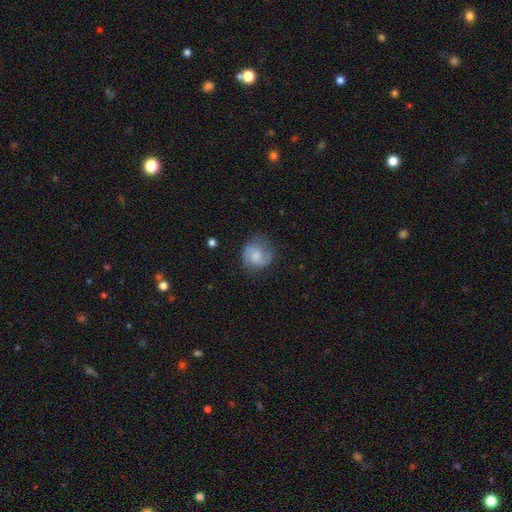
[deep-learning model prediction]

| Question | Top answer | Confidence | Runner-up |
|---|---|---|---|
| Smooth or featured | featured or disk | 55% | smooth (37%) |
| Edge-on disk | no | 98% | yes (2%) |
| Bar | no | 56% | weak (38%) |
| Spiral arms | yes | 90% | no (10%) |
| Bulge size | moderate | 39% | small (28%) |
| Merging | none | 70% | minor disturbance (20%) |